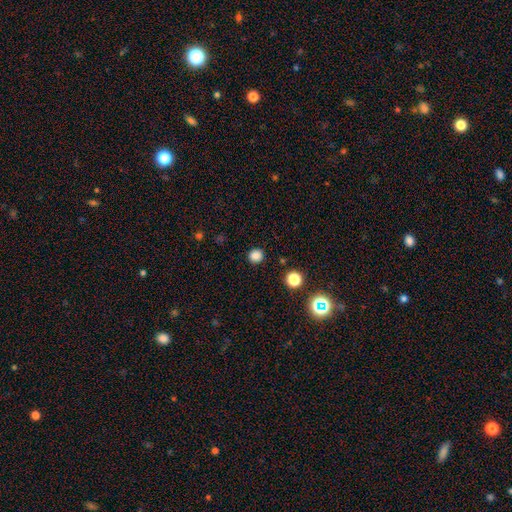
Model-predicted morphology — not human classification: smooth-or-featured: smooth: 83% | star or artifact: 14% | featured or disk: 3%
  how-rounded: round: 92% | in between: 7% | cigar-shaped: 1%
  merging: none: 91% | minor disturbance: 5% | major disturbance: 2% | merger: 1%